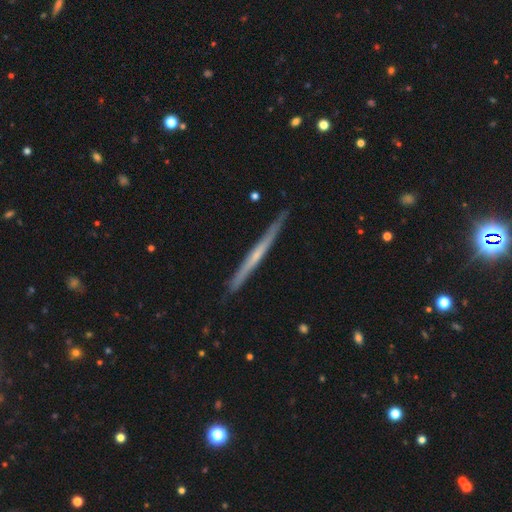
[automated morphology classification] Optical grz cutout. It shows a featured or disk galaxy (62%) viewed edge-on (97%) with no central bulge (74%). Merging: none (88%).